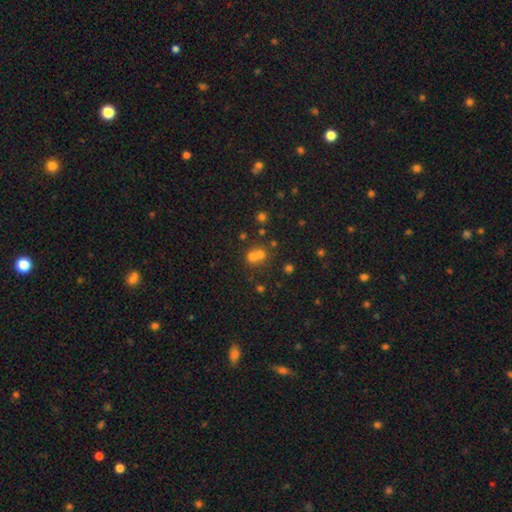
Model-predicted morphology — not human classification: This is likely a smooth galaxy (63%). How rounded: likely round (80%). Merging: possibly merger (56%).